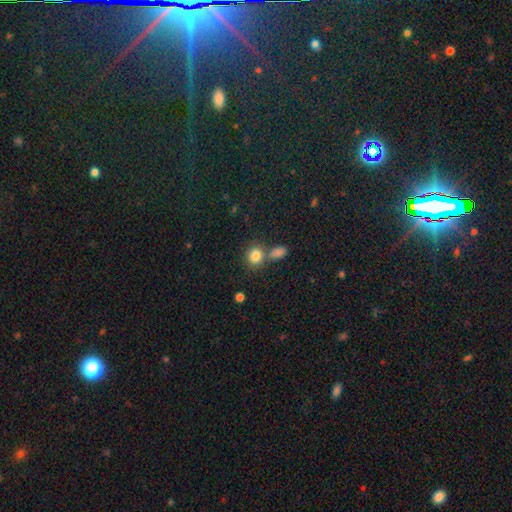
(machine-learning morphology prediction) Smooth or featured?
  - smooth: 83% *
  - star or artifact: 11%
  - featured or disk: 6%
How rounded?
  - round: 78% *
  - in between: 21%
  - cigar-shaped: 1%
Merging?
  - none: 61% *
  - merger: 25%
  - minor disturbance: 10%
  - major disturbance: 4%